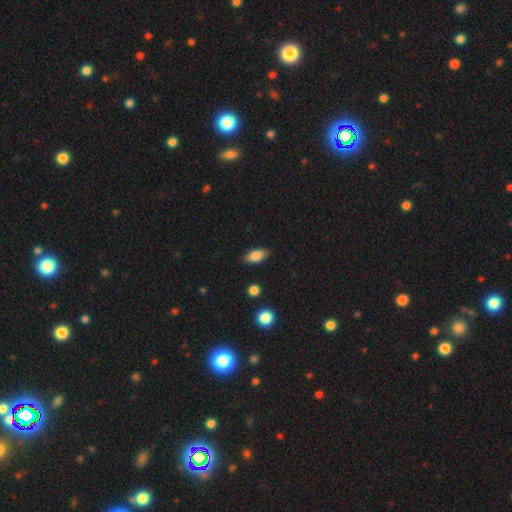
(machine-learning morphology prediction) smooth_or_featured: smooth (p=0.84) [alt: featured or disk p=0.08]
how_rounded: in between (p=0.89) [alt: cigar-shaped p=0.06]
merging: none (p=0.85) [alt: minor disturbance p=0.11]